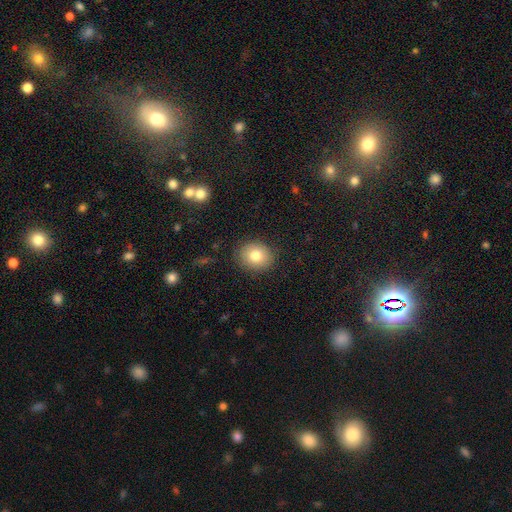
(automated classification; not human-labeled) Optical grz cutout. It shows a smooth galaxy with no disk features (79%) that is round (72%). Merging: none (88%).